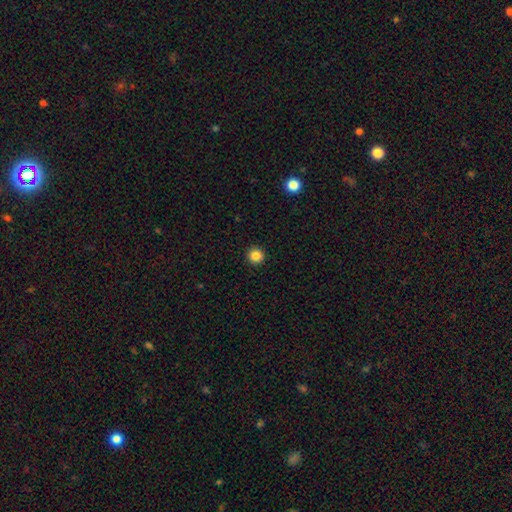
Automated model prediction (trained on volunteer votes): The model was most divided on "smooth or featured": smooth: 85%, star or artifact: 11%, featured or disk: 4%. More confident: how rounded — round (95%); merging — none (93%).